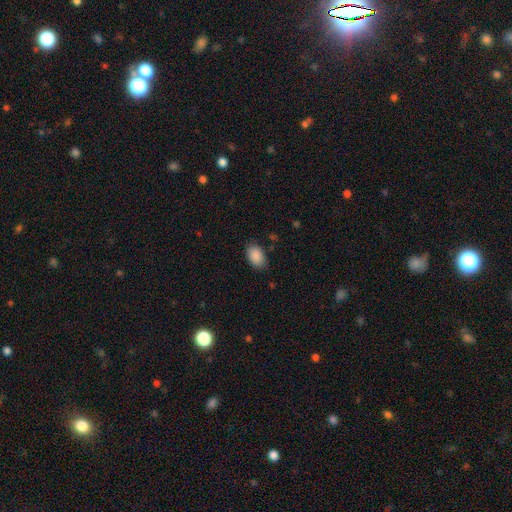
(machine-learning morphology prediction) This is clearly a smooth galaxy (89%). How rounded: clearly in between (90%). Merging: clearly none (83%).